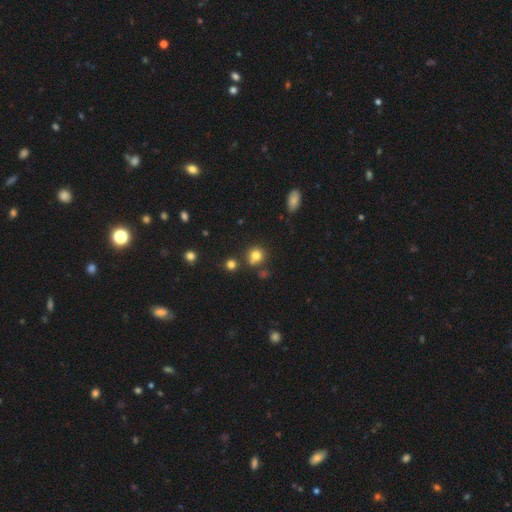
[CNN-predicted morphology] This is likely a smooth galaxy (78%). How rounded: clearly round (84%). Merging: likely none (68%).